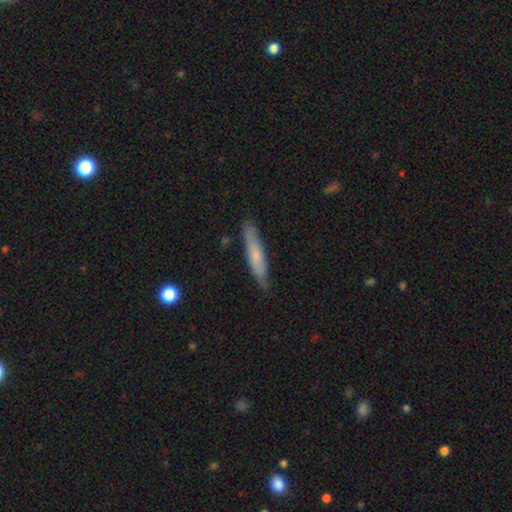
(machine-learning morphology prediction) type=smooth (63%); roundness=cigar-shaped (88%); merging=none (82%).